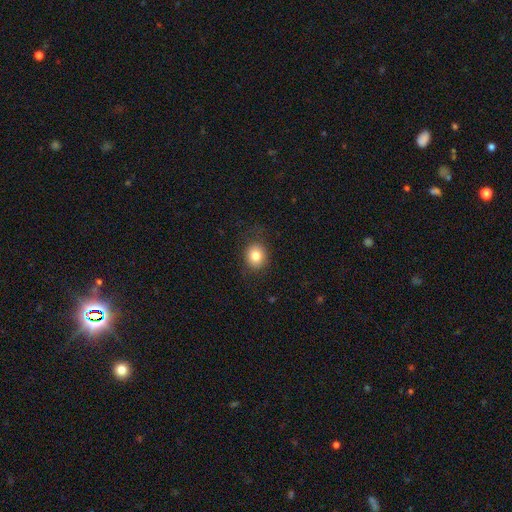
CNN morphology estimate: The model was most divided on "how rounded": round: 75%, in between: 24%, cigar-shaped: 1%. More confident: merging — none (83%); smooth or featured — smooth (80%).